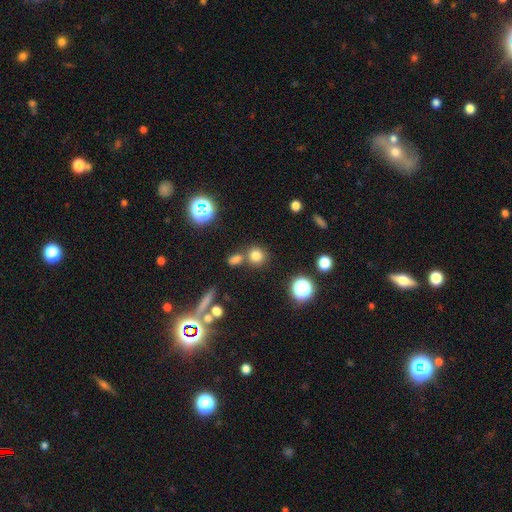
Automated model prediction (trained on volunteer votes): Smooth or featured?
  - smooth: 76% *
  - star or artifact: 17%
  - featured or disk: 7%
How rounded?
  - round: 88% *
  - in between: 11%
  - cigar-shaped: 1%
Merging?
  - none: 69% *
  - merger: 19%
  - minor disturbance: 8%
  - major disturbance: 4%